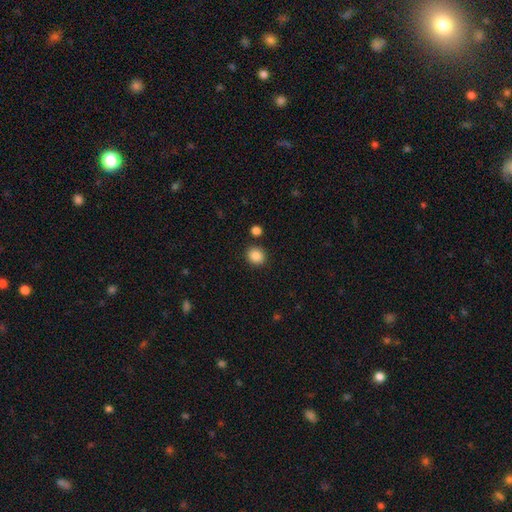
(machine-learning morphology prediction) Overall: smooth (87%). How rounded: round (81%). Merging: none (88%).